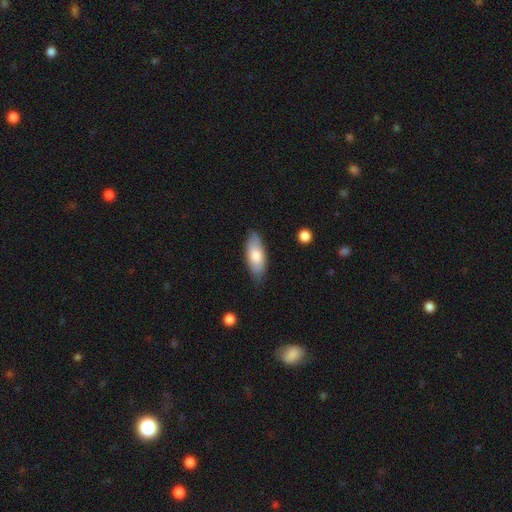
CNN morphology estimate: This appears to be a smooth galaxy with no disk features (75%) that is in between round and cigar-shaped (79%). Merging: none (79%).